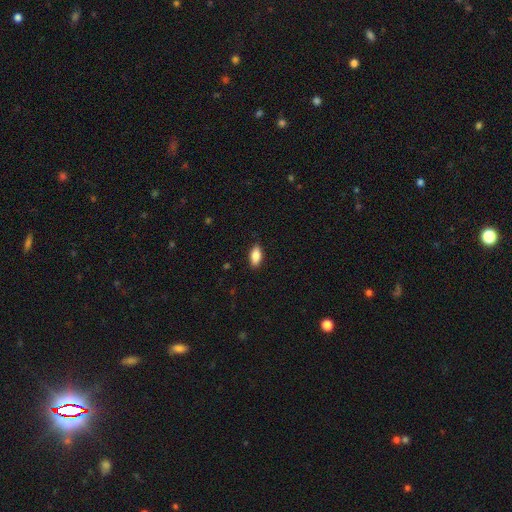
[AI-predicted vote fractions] Smooth or featured: smooth — 86% (featured or disk — 7%)
How rounded: in between — 88% (cigar-shaped — 9%)
Merging: none — 88% (minor disturbance — 9%)